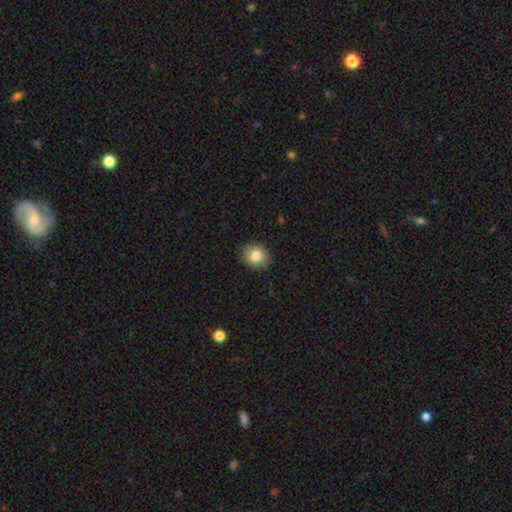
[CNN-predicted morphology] Smooth or featured? smooth (83%)
How rounded? round (68%)
Merging? none (90%)